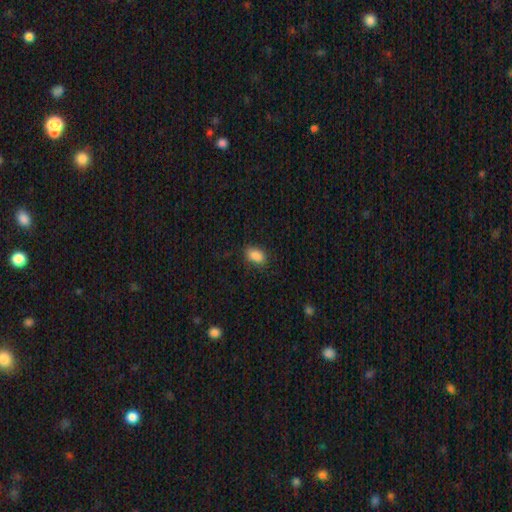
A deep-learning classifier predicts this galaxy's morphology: smooth 88%, star or artifact 9%, featured or disk 3%. Down the decision tree: how rounded — in between (87%); merging — none (81%).